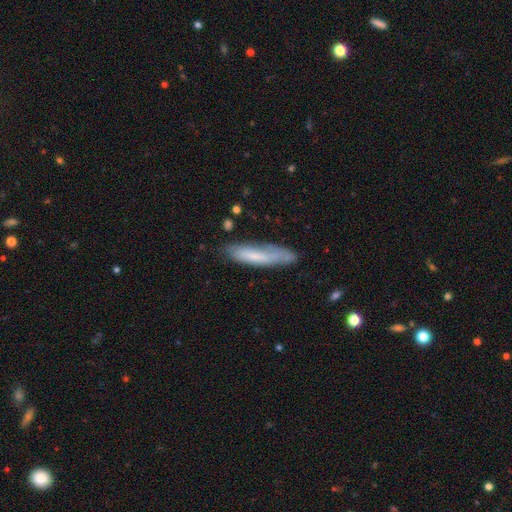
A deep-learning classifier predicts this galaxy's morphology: This appears to be a smooth galaxy with no disk features (65%) that is cigar-shaped (80%). Merging: none (63%).